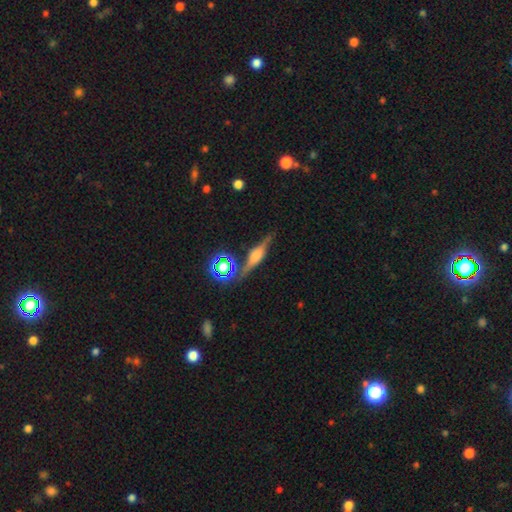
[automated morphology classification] Smooth or featured: featured or disk — 73% (smooth — 16%)
Edge-on disk: yes — 96% (no — 4%)
Edge-on bulge: rounded — 79% (boxy — 17%)
Merging: none — 82% (minor disturbance — 12%)